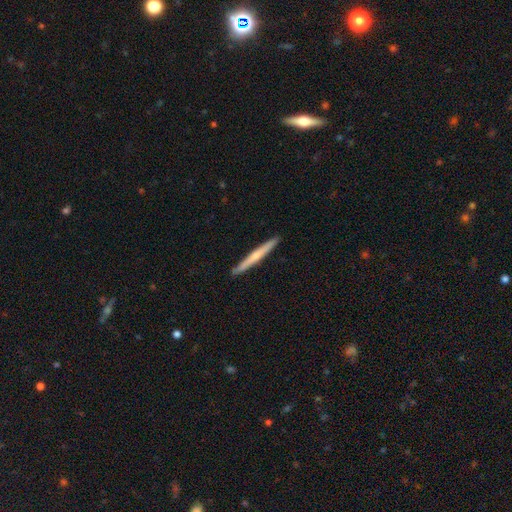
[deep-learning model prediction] smooth-or-featured: featured or disk: 51% | smooth: 44% | star or artifact: 5%
  disk-edge-on: yes: 97% | no: 3%
  merging: none: 92% | minor disturbance: 5% | major disturbance: 1% | merger: 1%